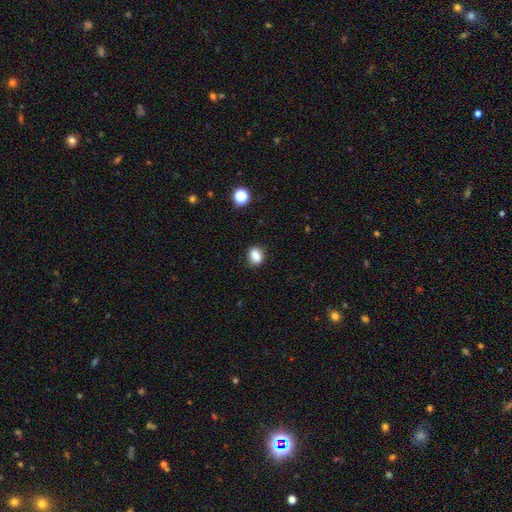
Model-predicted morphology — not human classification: This is clearly a smooth galaxy (84%). How rounded: possibly in between (58%). Merging: clearly none (81%).